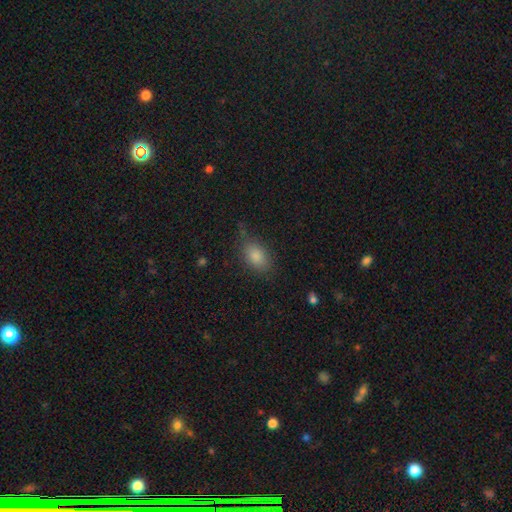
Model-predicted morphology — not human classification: This appears to be a smooth galaxy with no disk features (82%) that is in between round and cigar-shaped (85%). Merging: none (76%).